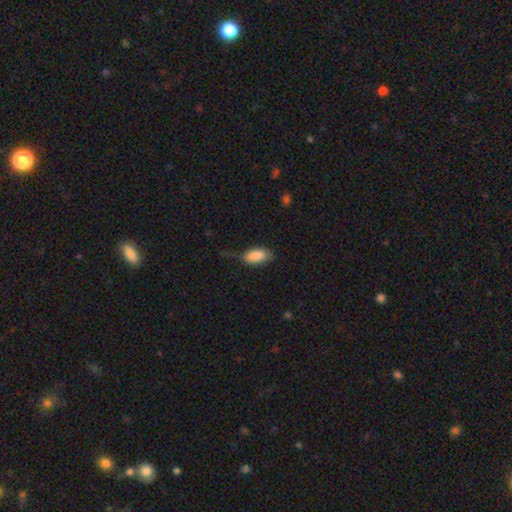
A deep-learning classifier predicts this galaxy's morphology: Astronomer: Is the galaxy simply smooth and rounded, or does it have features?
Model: smooth — 86%.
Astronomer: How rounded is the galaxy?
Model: in between — 92%.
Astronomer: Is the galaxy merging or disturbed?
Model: none — 47% (runner-up: minor disturbance, 35%).